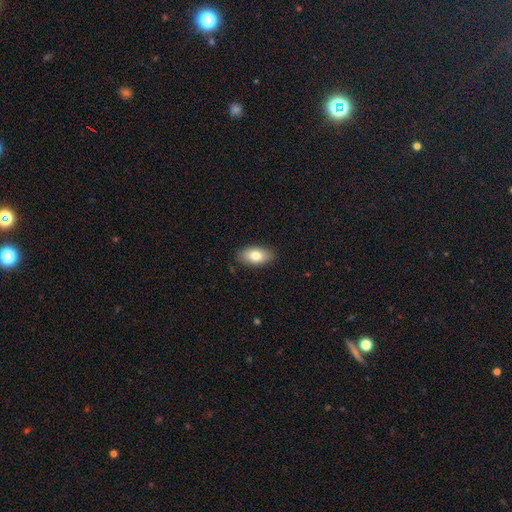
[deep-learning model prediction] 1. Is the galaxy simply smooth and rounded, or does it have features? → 79% smooth, 14% featured or disk, 7% star or artifact.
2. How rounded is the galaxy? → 92% in between, 5% round, 3% cigar-shaped.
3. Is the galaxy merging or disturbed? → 87% none, 10% minor disturbance, 2% major disturbance, 1% merger.